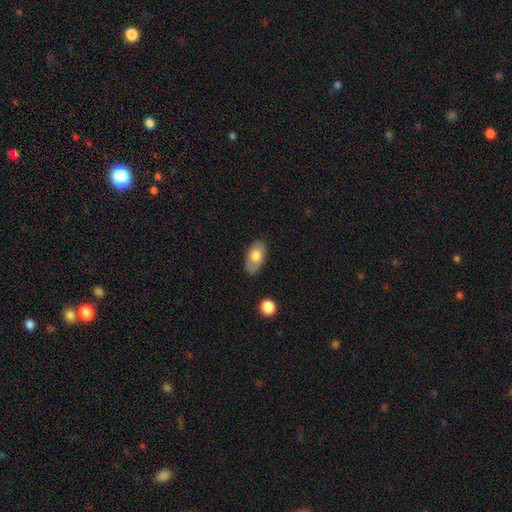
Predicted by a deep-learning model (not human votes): Smooth or featured: smooth — 72% (featured or disk — 22%)
How rounded: in between — 93% (round — 5%)
Merging: none — 81% (minor disturbance — 14%)